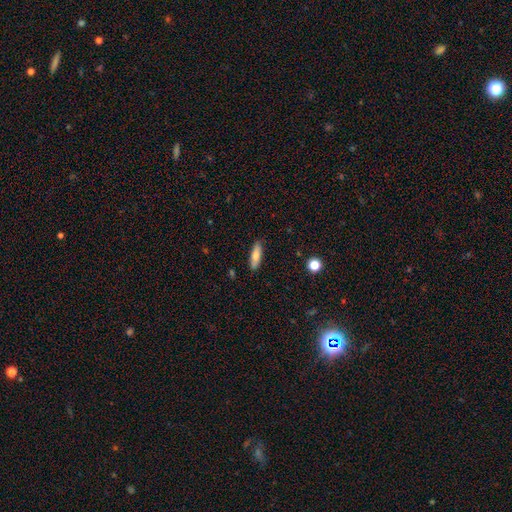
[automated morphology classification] This is likely a smooth galaxy (72%). How rounded: possibly cigar-shaped (58%). Merging: clearly none (86%).